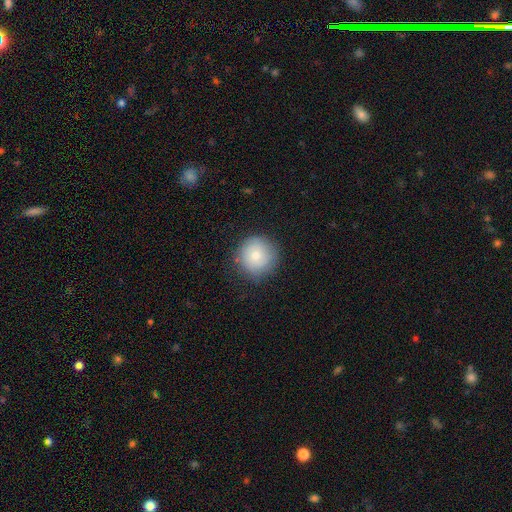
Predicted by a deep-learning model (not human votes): The model was most divided on "smooth or featured": smooth: 75%, featured or disk: 16%, star or artifact: 9%. More confident: how rounded — round (95%); merging — none (83%).